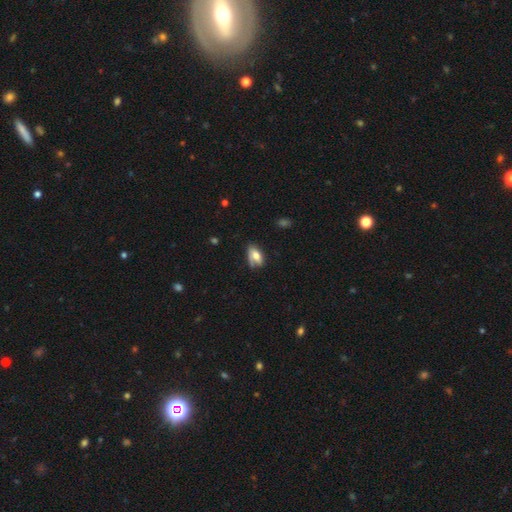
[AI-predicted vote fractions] smooth 70%, featured or disk 22%, star or artifact 9%. Down the decision tree: how rounded — in between (88%); merging — none (45%).